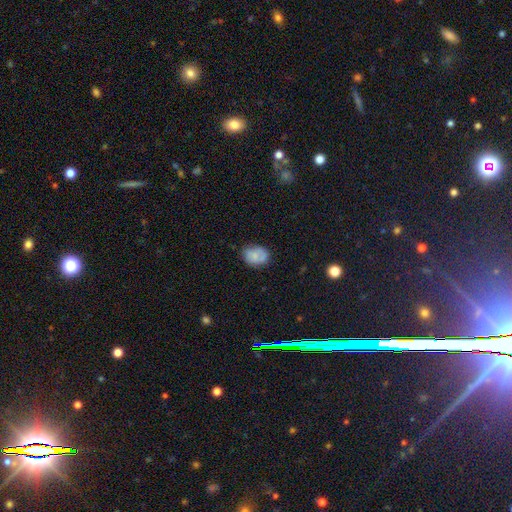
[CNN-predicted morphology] Smooth or featured: smooth — 71% (featured or disk — 20%)
How rounded: in between — 65% (round — 34%)
Merging: none — 61% (minor disturbance — 28%)